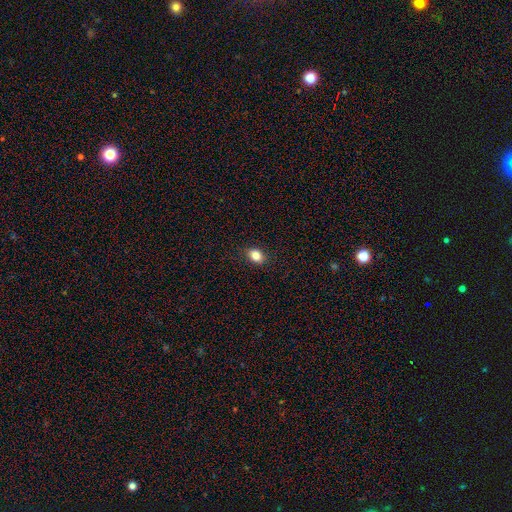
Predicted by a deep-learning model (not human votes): smooth_or_featured: smooth (p=0.85) [alt: star or artifact p=0.10]
how_rounded: in between (p=0.70) [alt: round p=0.28]
merging: none (p=0.89) [alt: minor disturbance p=0.08]